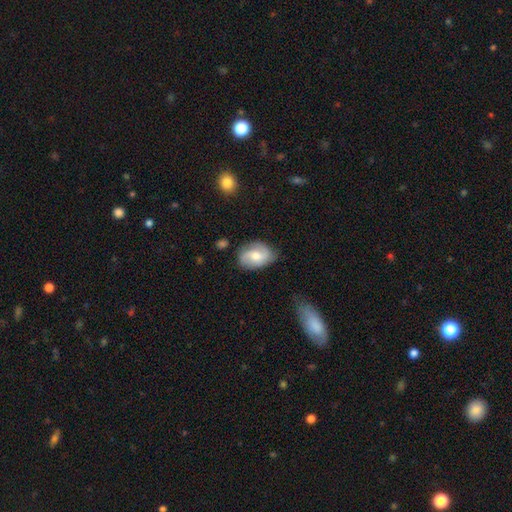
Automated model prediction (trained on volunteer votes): This is possibly a featured or disk galaxy (50%). It is clearly not viewed edge-on (95%). Merging: likely none (72%).